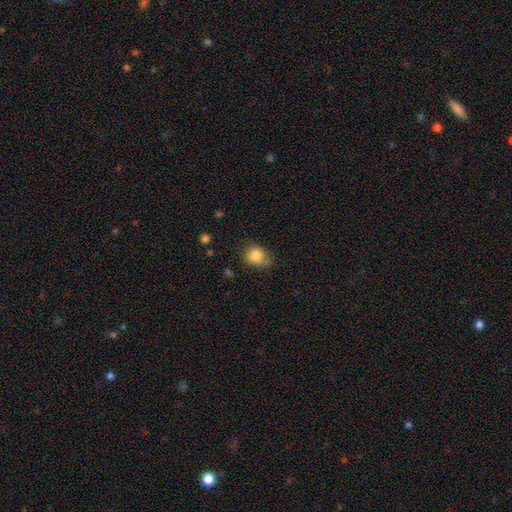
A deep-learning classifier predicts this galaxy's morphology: Overall: smooth (83%). How rounded: round (62%; in between 37%). Merging: none (56%; minor disturbance 29%).